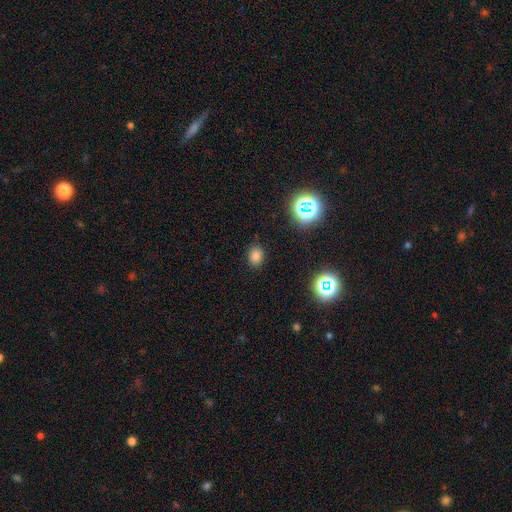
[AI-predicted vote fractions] Smooth or featured? smooth (76%)
How rounded? in between (51%)
Merging? none (87%)